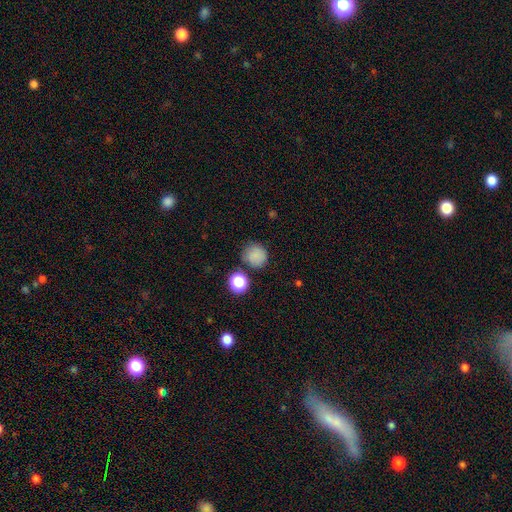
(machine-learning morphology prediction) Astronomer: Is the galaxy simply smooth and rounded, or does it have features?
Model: smooth — 82%.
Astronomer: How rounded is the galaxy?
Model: round — 91%.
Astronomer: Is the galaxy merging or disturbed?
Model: none — 76%.